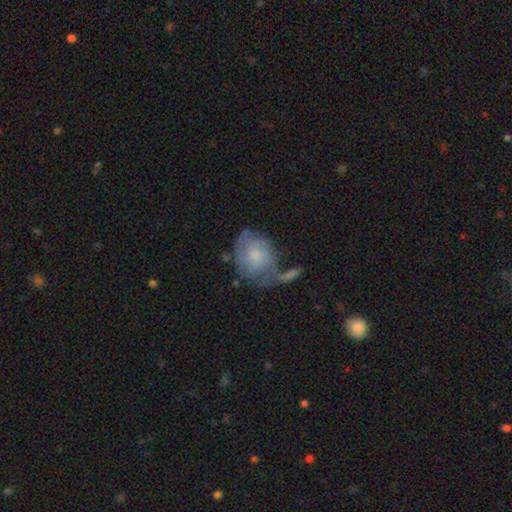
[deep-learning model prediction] Smooth or featured: smooth — 54% (featured or disk — 38%)
How rounded: in between — 51% (round — 47%)
Merging: none — 40% (minor disturbance — 26%)